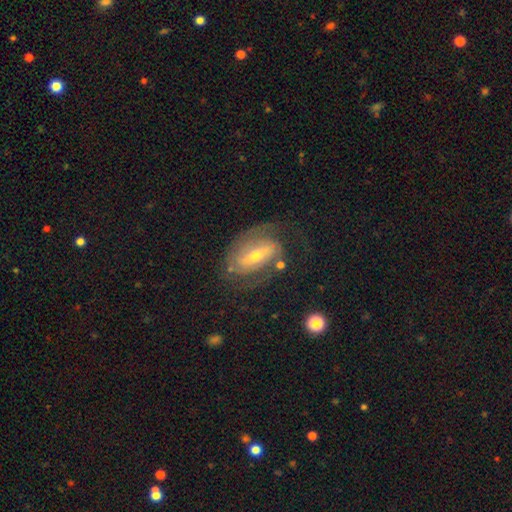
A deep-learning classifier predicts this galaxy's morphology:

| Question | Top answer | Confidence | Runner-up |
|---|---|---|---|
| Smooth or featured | featured or disk | 81% | smooth (13%) |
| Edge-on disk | no | 94% | yes (6%) |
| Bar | strong | 45% | weak (36%) |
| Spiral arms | yes | 89% | no (11%) |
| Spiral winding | medium | 43% | tight (39%) |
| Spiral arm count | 2 | 73% | can't tell (14%) |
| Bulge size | moderate | 48% | small (47%) |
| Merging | none | 63% | minor disturbance (18%) |